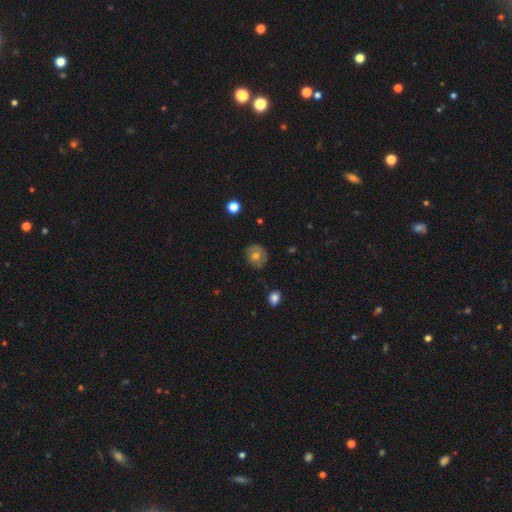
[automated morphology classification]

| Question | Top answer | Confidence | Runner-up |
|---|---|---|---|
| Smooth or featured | smooth | 57% | featured or disk (33%) |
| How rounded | round | 80% | in between (19%) |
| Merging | none | 75% | minor disturbance (18%) |